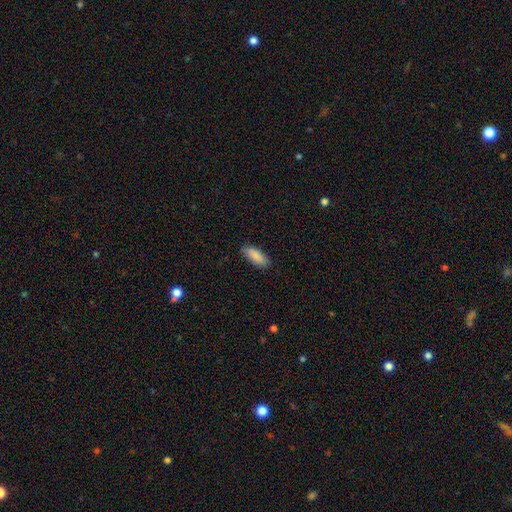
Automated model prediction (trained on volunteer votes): A smooth galaxy with no disk features (88%) that is in between round and cigar-shaped (68%). Merging: none (86%).